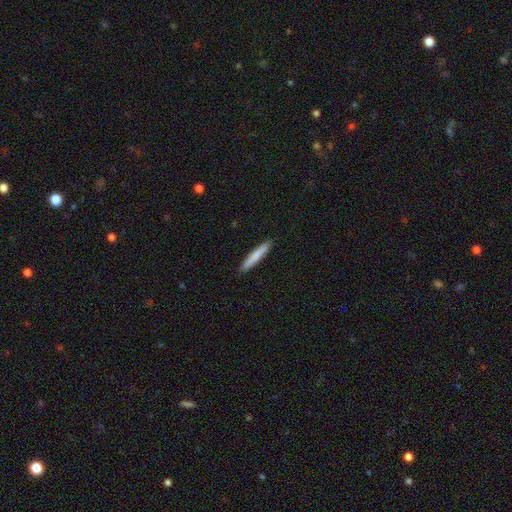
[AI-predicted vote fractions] Morphology: type=smooth (77%); roundness=cigar-shaped (94%); merging=none (92%).